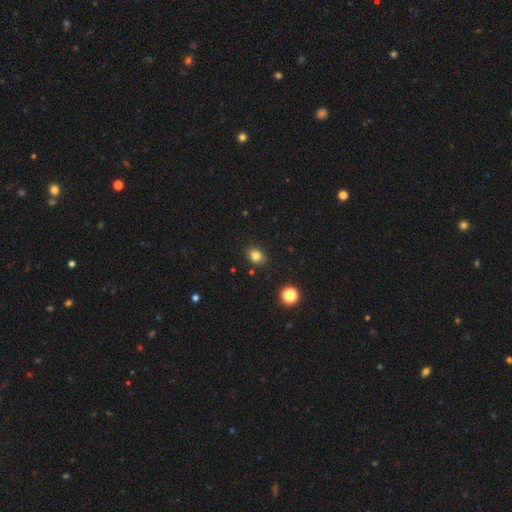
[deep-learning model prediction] Smooth or featured: smooth — 82% (star or artifact — 12%)
How rounded: in between — 50% (round — 49%)
Merging: none — 86% (minor disturbance — 10%)